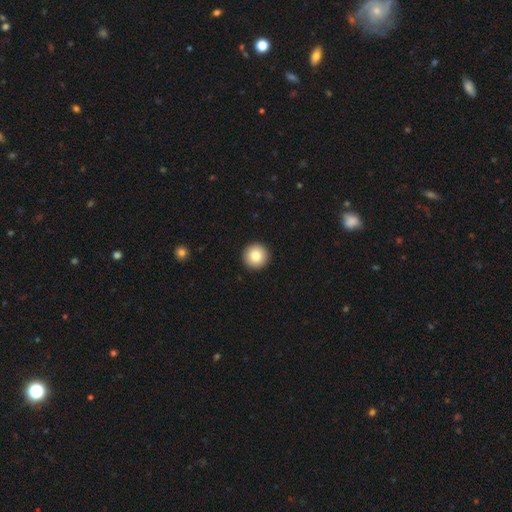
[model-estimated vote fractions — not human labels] Smooth or featured? Predicted: smooth (p=0.83). How rounded? Predicted: round (p=0.96). Merging? Predicted: none (p=0.94).